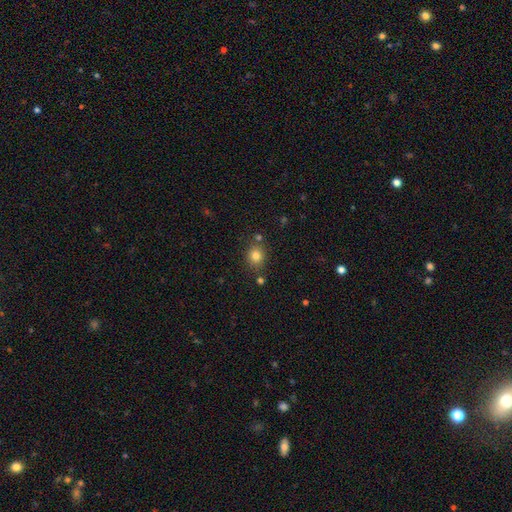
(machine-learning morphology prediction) Smooth or featured? smooth (80%)
How rounded? round (72%)
Merging? none (77%)